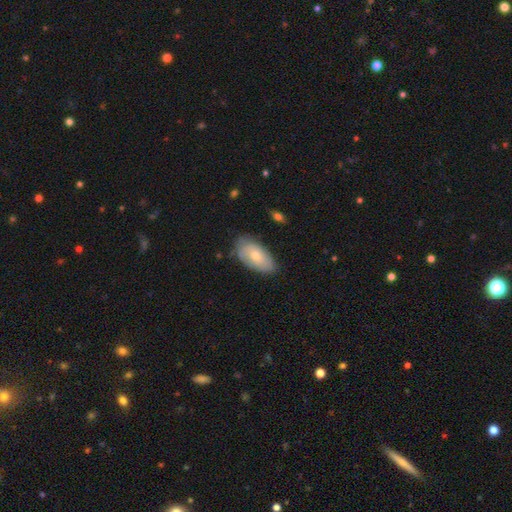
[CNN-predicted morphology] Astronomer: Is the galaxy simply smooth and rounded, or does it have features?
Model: smooth — 68%.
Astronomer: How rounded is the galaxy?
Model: in between — 93%.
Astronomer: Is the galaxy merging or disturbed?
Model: none — 70%.